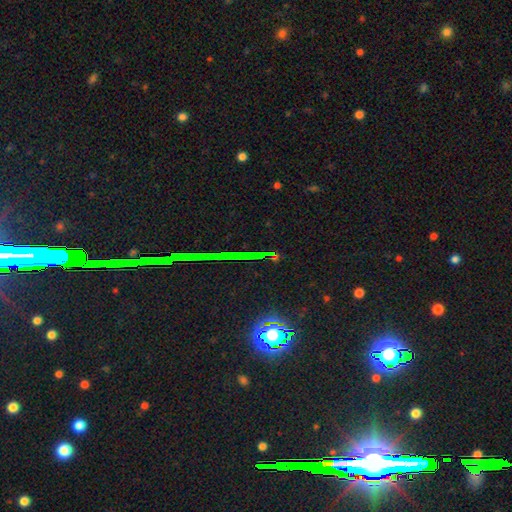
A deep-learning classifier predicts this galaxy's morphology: A star or artifact, not a galaxy (80%).

Vote fractions:
- Smooth or featured? star or artifact: 80% / smooth: 10% / featured or disk: 9%